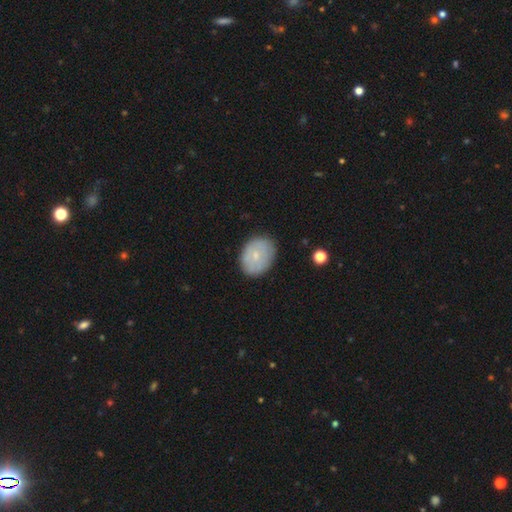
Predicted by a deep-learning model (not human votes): smooth_or_featured: smooth (p=0.66) [alt: featured or disk p=0.27]
how_rounded: in between (p=0.66) [alt: round p=0.33]
merging: none (p=0.82) [alt: minor disturbance p=0.14]